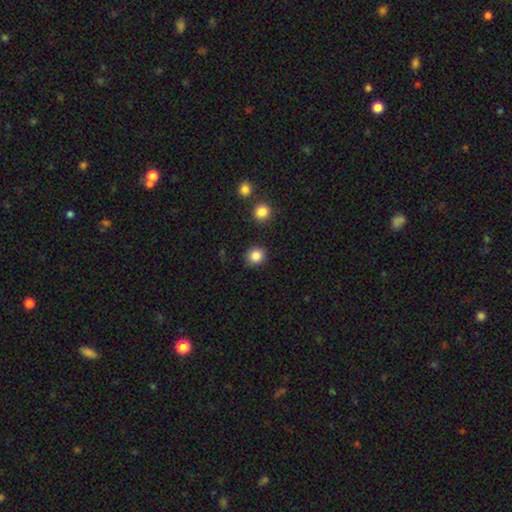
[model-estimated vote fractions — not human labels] Smooth or featured? Predicted: smooth (p=0.86). How rounded? Predicted: round (p=0.84). Merging? Predicted: none (p=0.87).